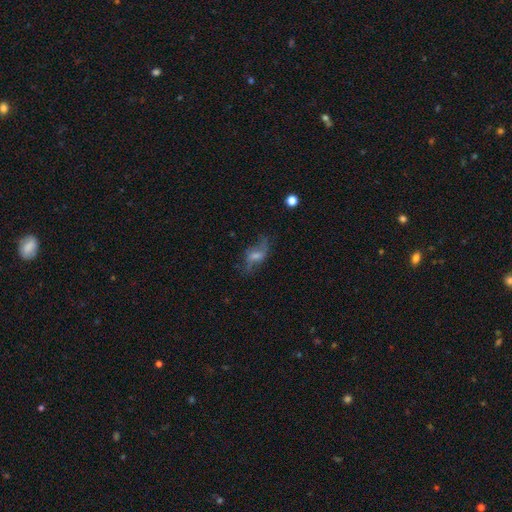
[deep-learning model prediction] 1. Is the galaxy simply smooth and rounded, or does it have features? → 59% featured or disk, 30% smooth, 12% star or artifact.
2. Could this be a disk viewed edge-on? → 88% no, 12% yes.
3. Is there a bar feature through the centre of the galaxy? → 46% weak, 36% no, 19% strong.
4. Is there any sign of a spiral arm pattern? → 77% yes, 23% no.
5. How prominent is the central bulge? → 36% small, 33% moderate, 21% none, 7% large, 2% dominant.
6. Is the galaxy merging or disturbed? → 57% none, 22% minor disturbance, 19% major disturbance, 2% merger.